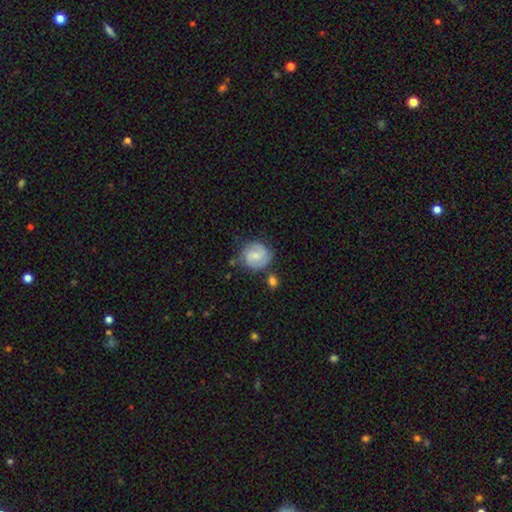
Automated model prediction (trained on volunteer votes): Smooth or featured? featured or disk (60%)
Edge-on disk? no (98%)
Bar? weak (59%)
Spiral arms? yes (90%)
Spiral winding? medium (46%)
Spiral arm count? 2 (79%)
Bulge size? small (47%)
Merging? none (69%)